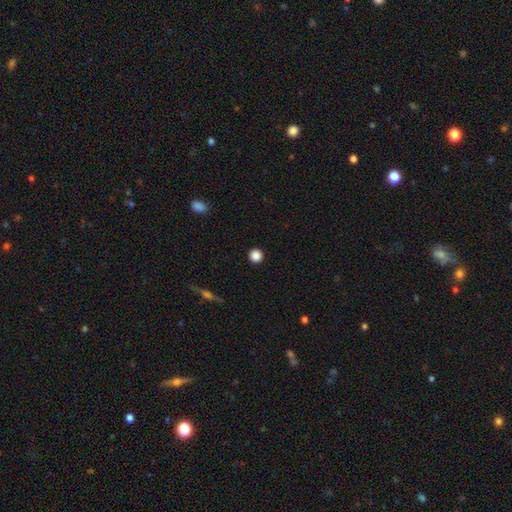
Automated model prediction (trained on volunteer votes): This appears to be a smooth galaxy with no disk features (87%) that is round (95%). Merging: none (93%).